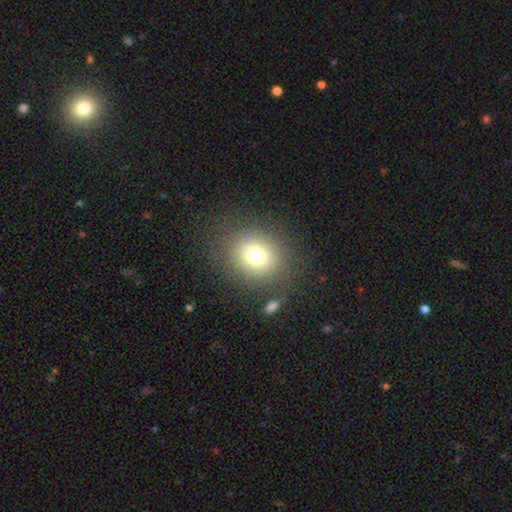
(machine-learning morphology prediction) A smooth galaxy with no disk features (74%) that is round (76%). Merging: none (82%).